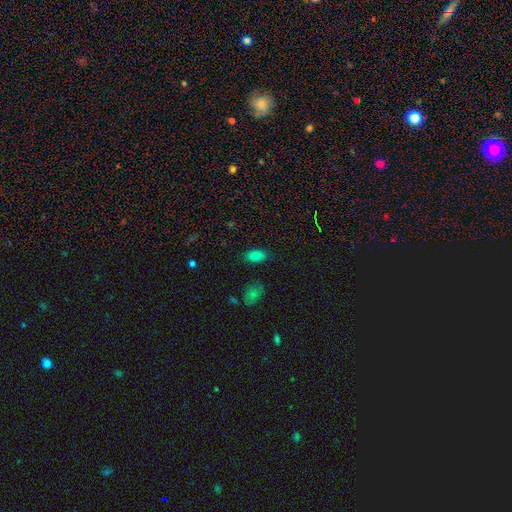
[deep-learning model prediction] smooth_or_featured: smooth (p=0.80) [alt: star or artifact p=0.12]
how_rounded: in between (p=0.91) [alt: round p=0.06]
merging: none (p=0.83) [alt: minor disturbance p=0.12]